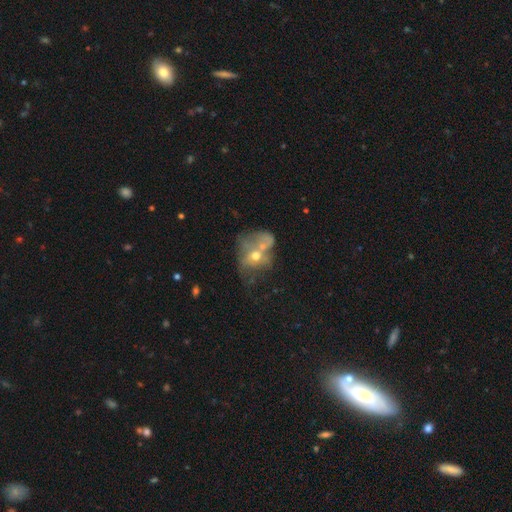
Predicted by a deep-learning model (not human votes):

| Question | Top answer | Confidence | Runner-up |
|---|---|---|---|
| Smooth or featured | smooth | 45% | featured or disk (43%) |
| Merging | merger | 51% | none (19%) |